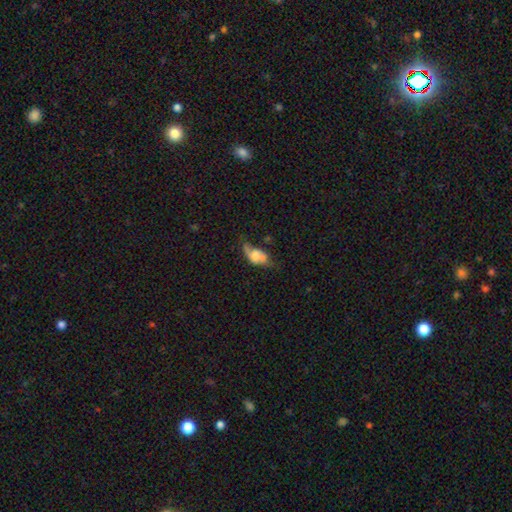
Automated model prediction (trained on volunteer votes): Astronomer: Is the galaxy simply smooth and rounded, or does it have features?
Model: smooth — 52% (runner-up: featured or disk, 39%).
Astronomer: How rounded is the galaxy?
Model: in between — 87%.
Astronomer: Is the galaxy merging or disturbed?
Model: none — 33%, tied with minor disturbance at 33%.